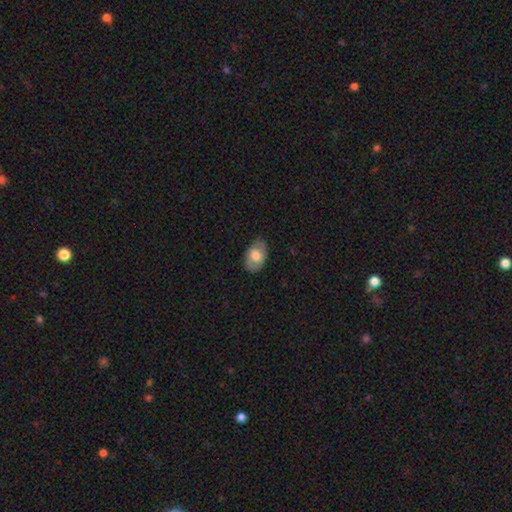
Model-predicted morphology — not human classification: Smooth or featured?
  - smooth: 66% *
  - featured or disk: 27%
  - star or artifact: 7%
How rounded?
  - in between: 89% *
  - round: 10%
  - cigar-shaped: 1%
Merging?
  - none: 80% *
  - minor disturbance: 16%
  - major disturbance: 3%
  - merger: 1%